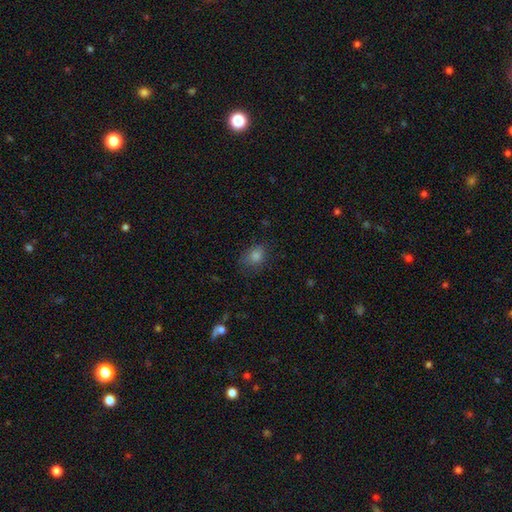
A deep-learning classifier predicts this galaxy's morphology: type=smooth (77%); roundness=in between (52%); merging=none (73%).